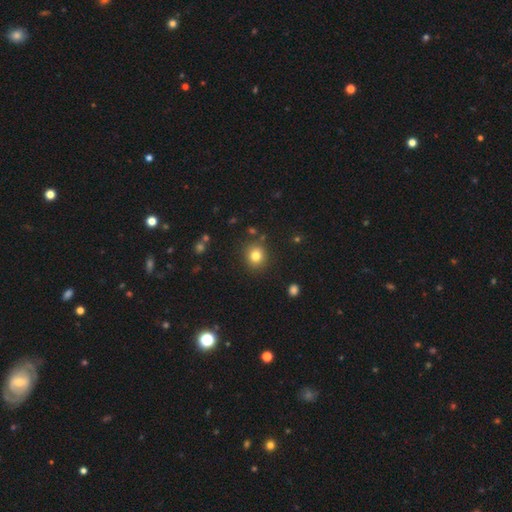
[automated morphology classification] Smooth or featured? Predicted: smooth (p=0.80). How rounded? Predicted: round (p=0.83). Merging? Predicted: none (p=0.86).